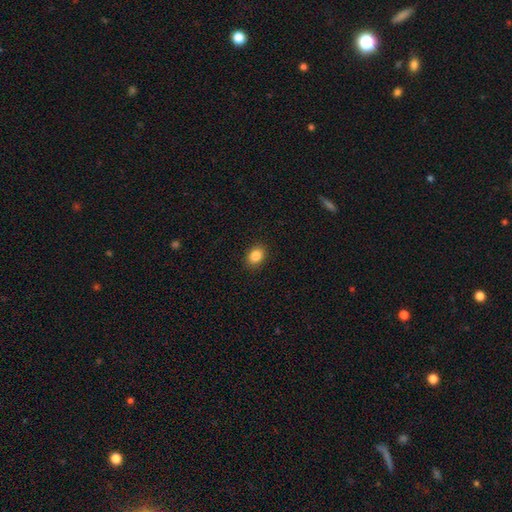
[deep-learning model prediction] A smooth galaxy with no disk features (87%) that is in between round and cigar-shaped (59%).

Vote fractions:
- Smooth or featured? smooth: 87% / star or artifact: 9% / featured or disk: 4%
- How rounded? in between: 59% / round: 40% / cigar-shaped: 1%
- Merging? none: 90% / minor disturbance: 7% / major disturbance: 2% / merger: 1%